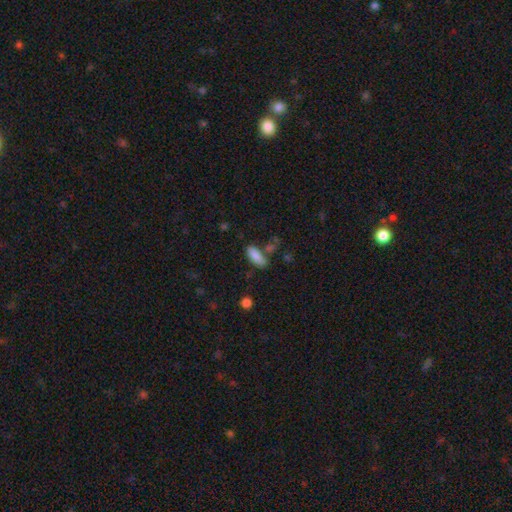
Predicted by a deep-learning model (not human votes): This appears to be a smooth galaxy with no disk features (85%) that is in between round and cigar-shaped (70%). Merging: none (68%).